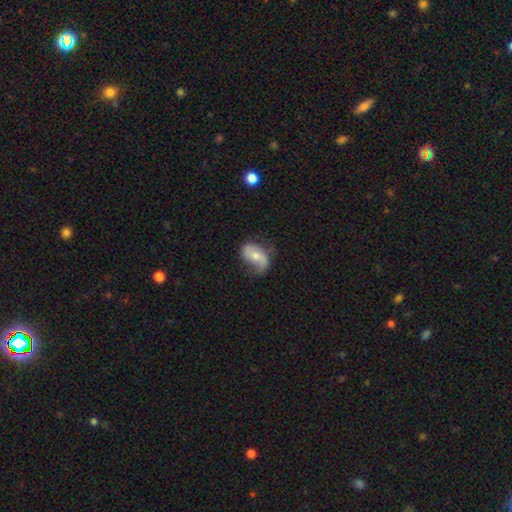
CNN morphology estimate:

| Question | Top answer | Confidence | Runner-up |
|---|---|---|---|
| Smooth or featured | featured or disk | 53% | smooth (40%) |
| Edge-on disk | no | 95% | yes (5%) |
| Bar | no | 57% | weak (31%) |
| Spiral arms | yes | 81% | no (19%) |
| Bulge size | moderate | 52% | small (40%) |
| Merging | none | 49% | minor disturbance (32%) |